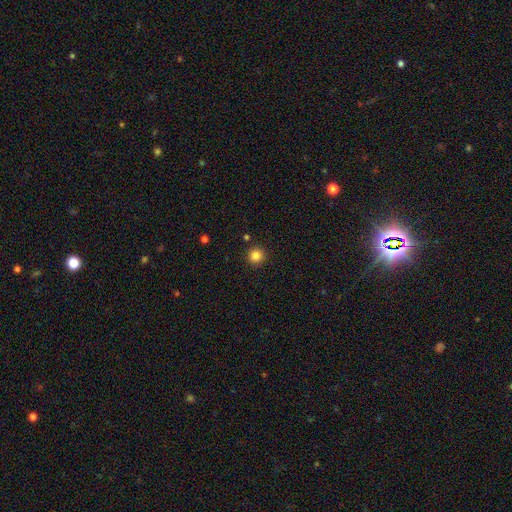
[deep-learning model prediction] This is clearly a smooth galaxy (84%). How rounded: clearly round (96%). Merging: clearly none (92%).